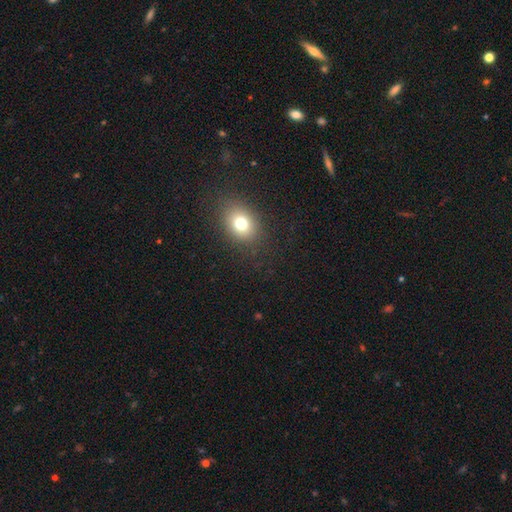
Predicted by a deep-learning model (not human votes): Smooth or featured?
  - smooth: 71% *
  - star or artifact: 22%
  - featured or disk: 7%
How rounded?
  - in between: 54% *
  - round: 44%
  - cigar-shaped: 2%
Merging?
  - none: 90% *
  - minor disturbance: 6%
  - major disturbance: 2%
  - merger: 1%